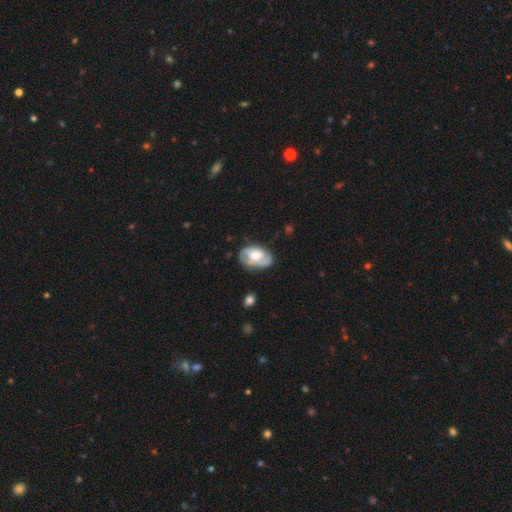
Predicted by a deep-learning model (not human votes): featured or disk 65%, smooth 29%, star or artifact 6%. Down the decision tree: edge-on disk — no (96%); bar — no (65%); spiral arms — yes (82%); spiral arm count — 2 (59%); spiral winding — tight (45%); bulge size — moderate (56%); merging — none (66%).